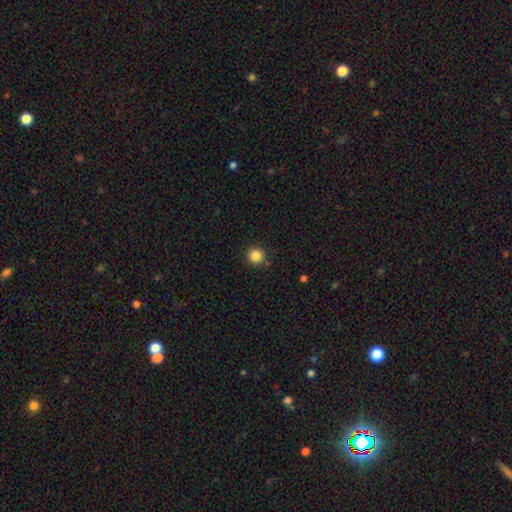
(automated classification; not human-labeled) Morphology: type=smooth (85%); roundness=round (95%); merging=none (89%).